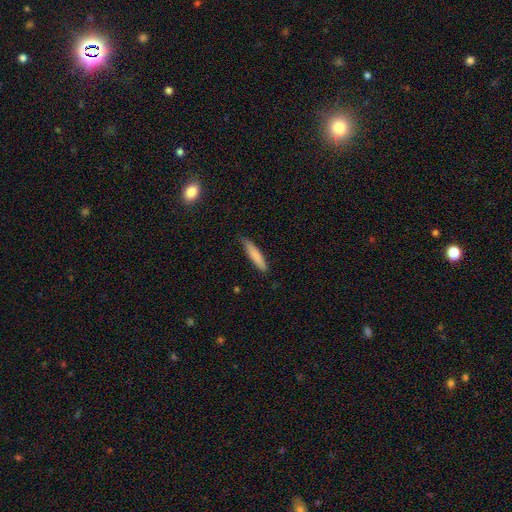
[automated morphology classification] This appears to be a smooth galaxy with no disk features (81%) that is cigar-shaped (87%). Merging: none (77%).